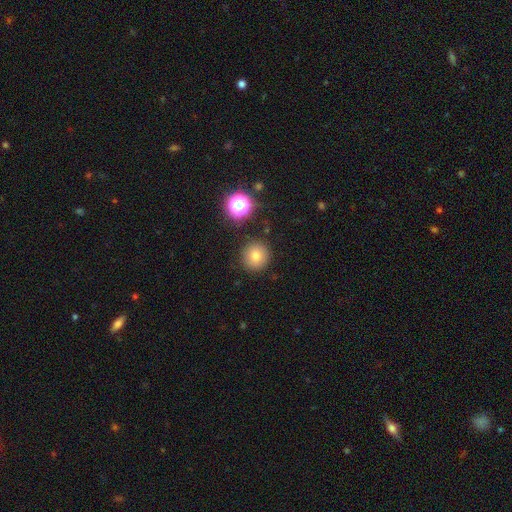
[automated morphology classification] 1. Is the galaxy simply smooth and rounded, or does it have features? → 77% smooth, 15% star or artifact, 9% featured or disk.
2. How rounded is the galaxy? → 94% round, 5% in between, 1% cigar-shaped.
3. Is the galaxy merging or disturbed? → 87% none, 8% minor disturbance, 3% merger, 3% major disturbance.